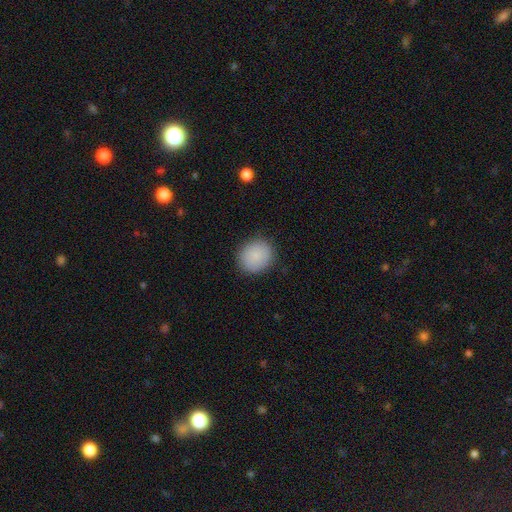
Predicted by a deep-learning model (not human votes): The model was most divided on "how rounded": round: 76%, in between: 23%, cigar-shaped: 1%. More confident: merging — none (87%); smooth or featured — smooth (86%).